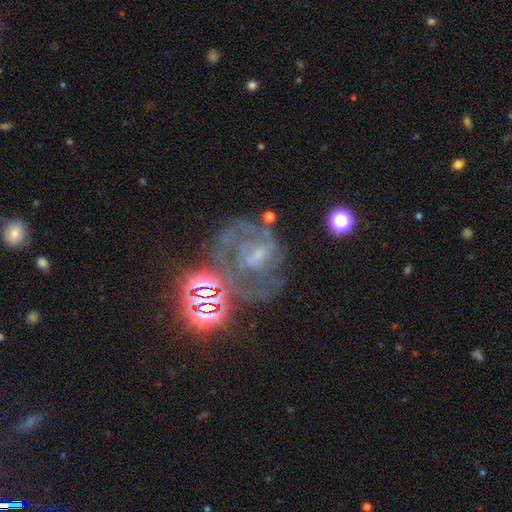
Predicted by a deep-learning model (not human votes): This appears to be a featured or disk galaxy (61%) with no bar (46%), spiral arms (68%) and a small central bulge (43%). Merging: none (46%).